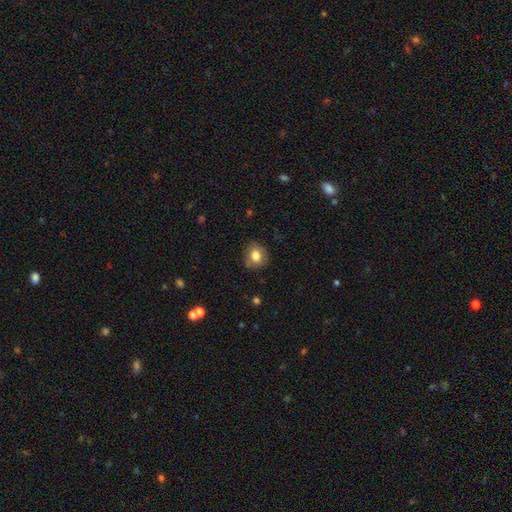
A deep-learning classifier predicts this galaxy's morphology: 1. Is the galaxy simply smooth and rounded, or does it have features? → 79% smooth, 11% featured or disk, 9% star or artifact.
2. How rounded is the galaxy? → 73% round, 27% in between, 1% cigar-shaped.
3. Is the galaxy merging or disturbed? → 81% none, 14% minor disturbance, 3% major disturbance, 1% merger.